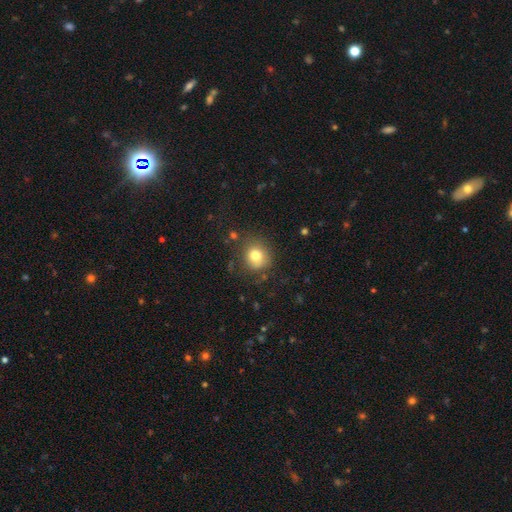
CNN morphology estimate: This appears to be a smooth galaxy with no disk features (79%) that is round (81%). Merging: none (77%).